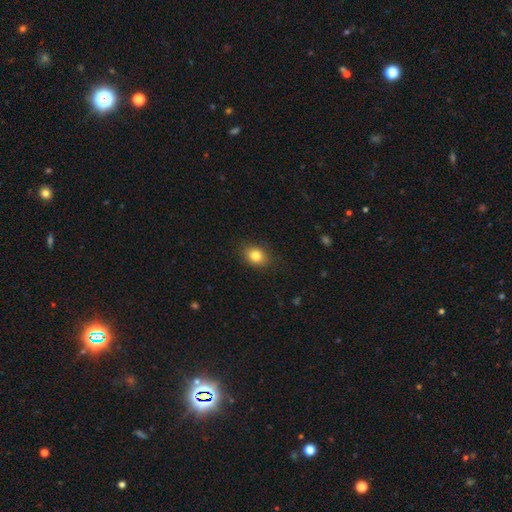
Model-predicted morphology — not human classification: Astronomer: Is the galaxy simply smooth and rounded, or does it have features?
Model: smooth — 81%.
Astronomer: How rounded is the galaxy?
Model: round — 51% (runner-up: in between, 48%).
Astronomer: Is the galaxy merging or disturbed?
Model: none — 85%.